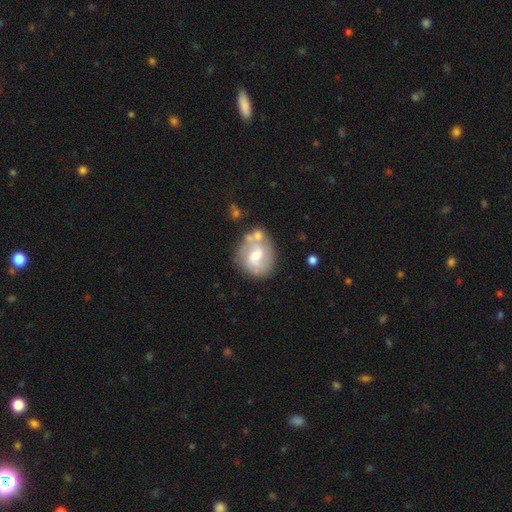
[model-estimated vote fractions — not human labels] Smooth or featured? Predicted: featured or disk (p=0.61). Edge-on disk? Predicted: no (p=0.97). Bar? Predicted: weak (p=0.48). Spiral arms? Predicted: yes (p=0.78). Bulge size? Predicted: moderate (p=0.57). Merging? Predicted: none (p=0.54).